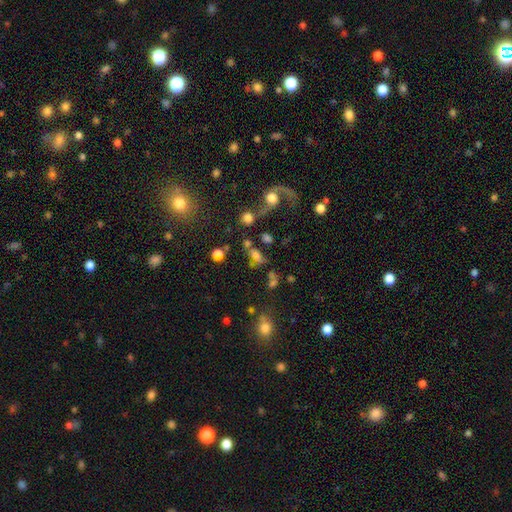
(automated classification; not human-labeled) This is possibly a smooth galaxy (60%). How rounded: likely in between (73%). Merging: possibly none (48%).